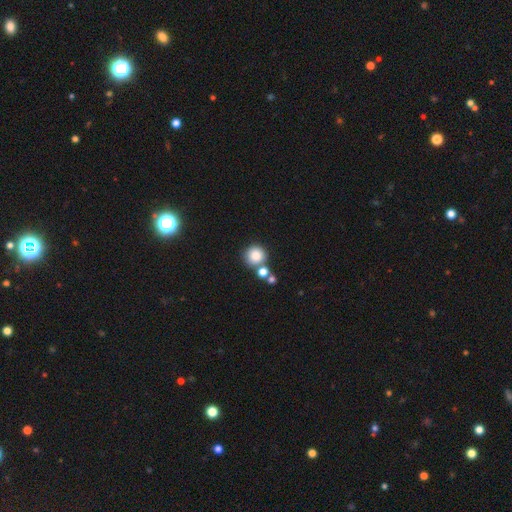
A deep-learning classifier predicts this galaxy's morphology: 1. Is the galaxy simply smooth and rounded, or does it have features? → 83% smooth, 11% star or artifact, 7% featured or disk.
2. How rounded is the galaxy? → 92% round, 7% in between, 1% cigar-shaped.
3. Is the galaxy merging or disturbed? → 65% none, 22% merger, 10% minor disturbance, 4% major disturbance.